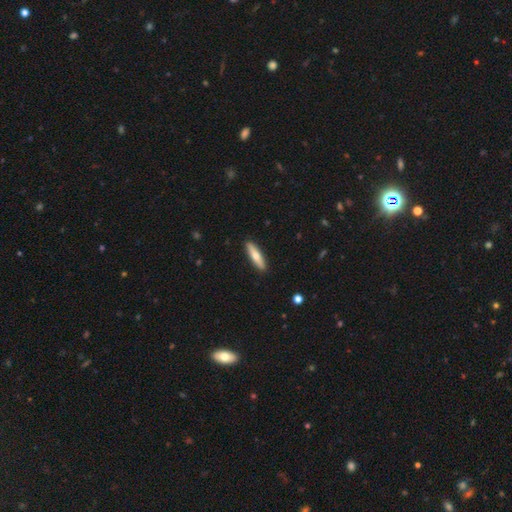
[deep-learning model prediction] smooth-or-featured: smooth: 62% | featured or disk: 33% | star or artifact: 5%
  how-rounded: cigar-shaped: 76% | in between: 22% | round: 2%
  merging: none: 91% | minor disturbance: 6% | major disturbance: 1% | merger: 1%